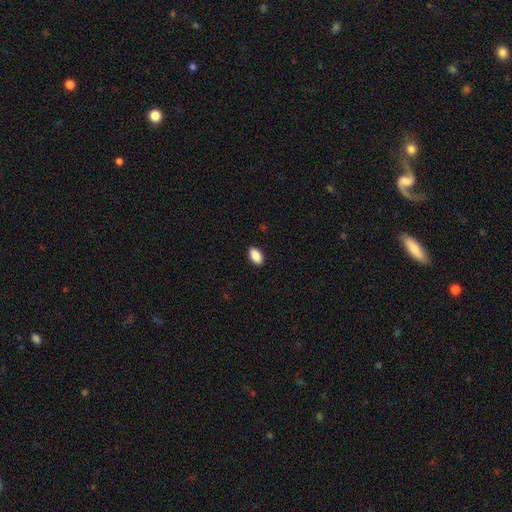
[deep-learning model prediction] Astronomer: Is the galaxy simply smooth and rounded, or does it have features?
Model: smooth — 89%.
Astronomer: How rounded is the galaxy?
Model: in between — 93%.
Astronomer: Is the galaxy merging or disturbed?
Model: none — 90%.